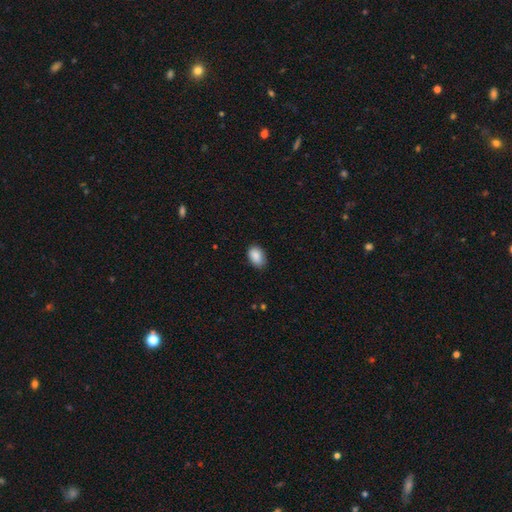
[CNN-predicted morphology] Smooth or featured: smooth — 89% (star or artifact — 7%)
How rounded: in between — 86% (round — 13%)
Merging: none — 80% (minor disturbance — 17%)